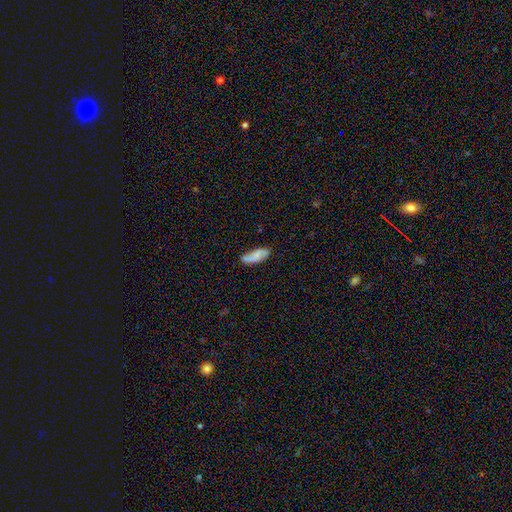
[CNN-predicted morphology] Smooth or featured: smooth — 56% (featured or disk — 36%)
How rounded: in between — 76% (cigar-shaped — 22%)
Merging: none — 64% (minor disturbance — 25%)